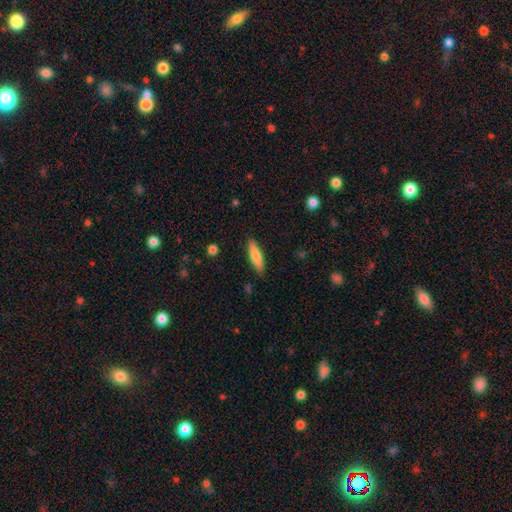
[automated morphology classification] smooth 73%, featured or disk 21%, star or artifact 6%. Down the decision tree: how rounded — cigar-shaped (66%); merging — none (87%).